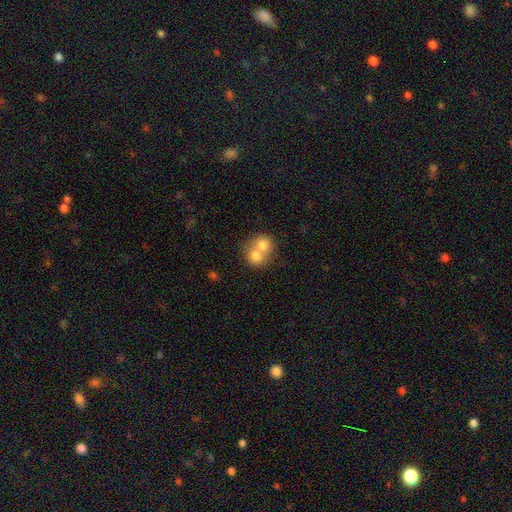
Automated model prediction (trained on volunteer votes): Smooth or featured?
  - smooth: 72% *
  - featured or disk: 19%
  - star or artifact: 9%
How rounded?
  - round: 73% *
  - in between: 26%
  - cigar-shaped: 1%
Merging?
  - merger: 71% *
  - none: 22%
  - minor disturbance: 5%
  - major disturbance: 2%